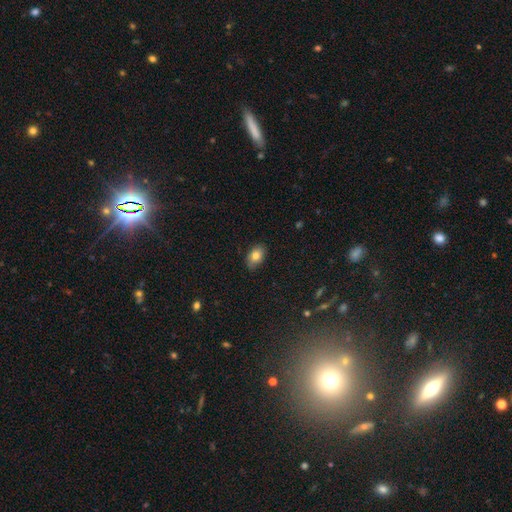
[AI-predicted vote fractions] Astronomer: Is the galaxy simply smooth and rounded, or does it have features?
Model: smooth — 81%.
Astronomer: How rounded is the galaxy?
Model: in between — 86%.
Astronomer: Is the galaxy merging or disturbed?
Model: none — 82%.